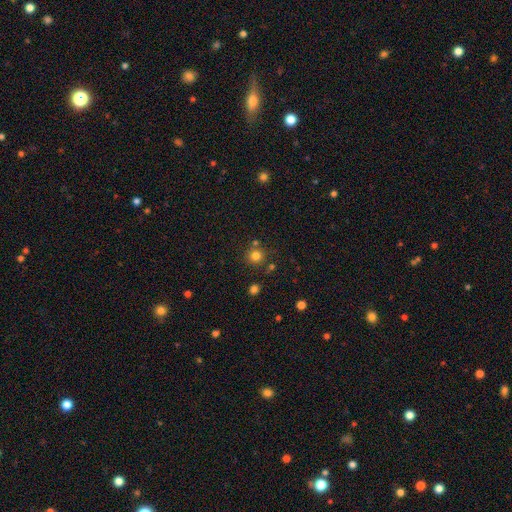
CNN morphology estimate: smooth 79%, star or artifact 15%, featured or disk 6%. Down the decision tree: how rounded — round (92%); merging — none (78%).